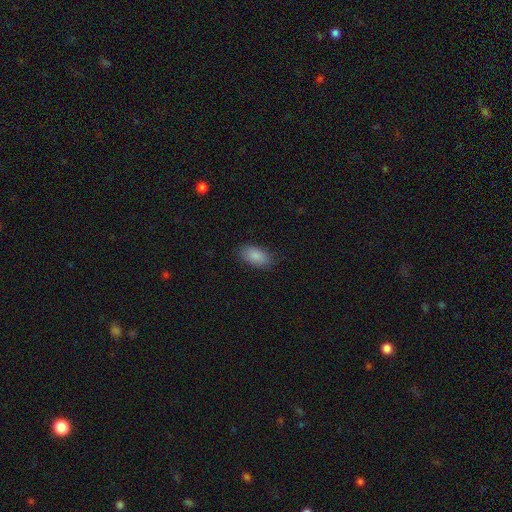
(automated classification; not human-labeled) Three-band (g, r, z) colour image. It shows a smooth galaxy with no disk features (88%) that is in between round and cigar-shaped (93%). Merging: none (84%).